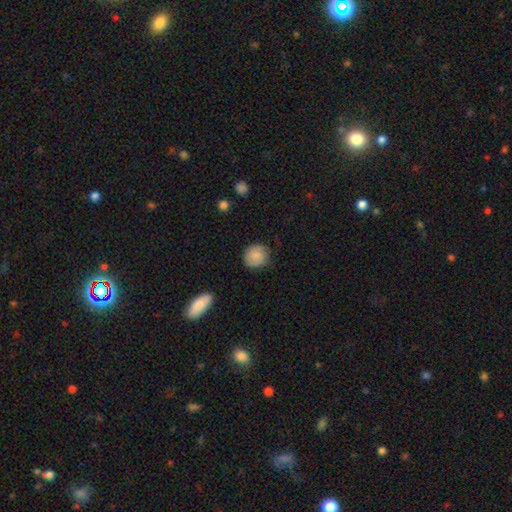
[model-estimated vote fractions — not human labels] Smooth or featured? smooth (85%)
How rounded? round (83%)
Merging? none (78%)